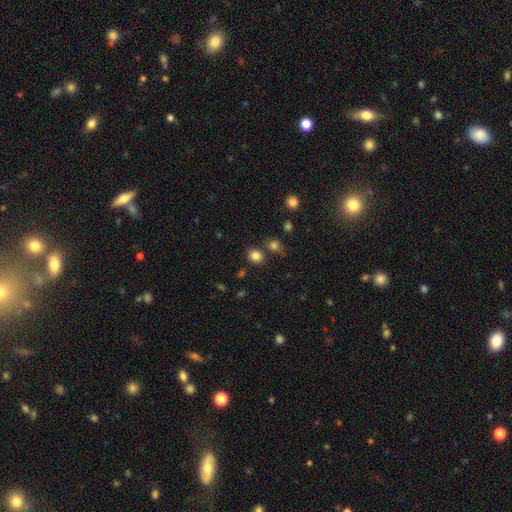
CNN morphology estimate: type=smooth (82%); roundness=round (78%); merging=none (79%).